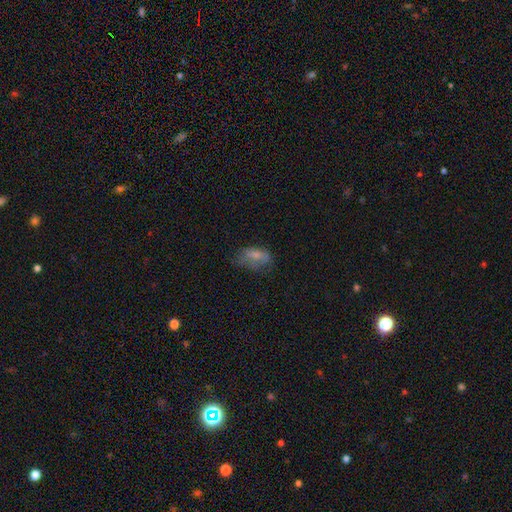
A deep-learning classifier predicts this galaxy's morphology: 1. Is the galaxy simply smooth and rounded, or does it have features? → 66% smooth, 23% featured or disk, 11% star or artifact.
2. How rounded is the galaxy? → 88% in between, 9% round, 3% cigar-shaped.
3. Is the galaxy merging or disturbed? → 40% none, 32% minor disturbance, 26% major disturbance, 2% merger.